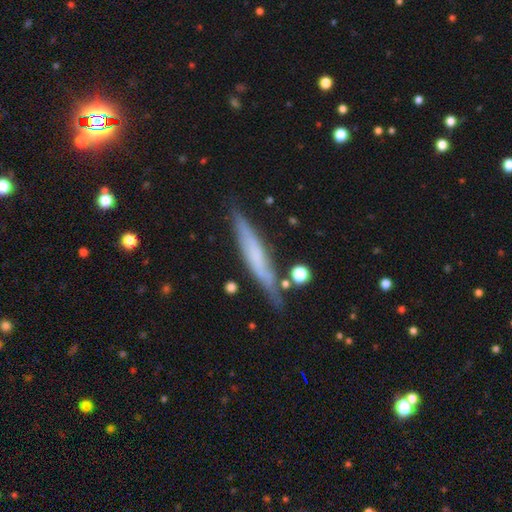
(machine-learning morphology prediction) Smooth or featured: smooth — 48% (featured or disk — 44%)
Merging: none — 78% (minor disturbance — 15%)